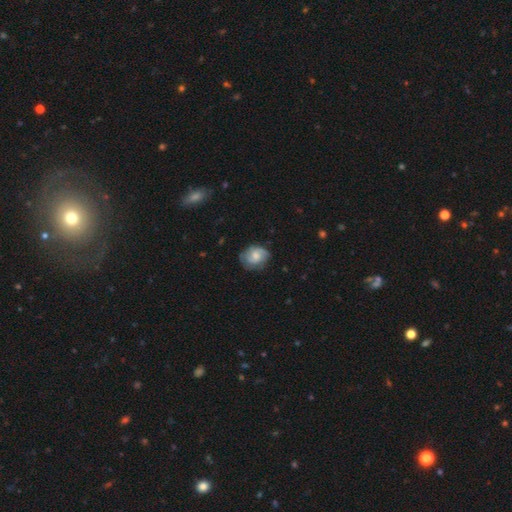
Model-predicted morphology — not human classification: smooth_or_featured: featured or disk (p=0.53) [alt: smooth p=0.40]
disk_edge_on: no (p=0.97) [alt: yes p=0.03]
bar: no (p=0.66) [alt: weak p=0.29]
has_spiral_arms: yes (p=0.85) [alt: no p=0.15]
bulge_size: moderate (p=0.46) [alt: small p=0.31]
merging: none (p=0.68) [alt: minor disturbance p=0.23]